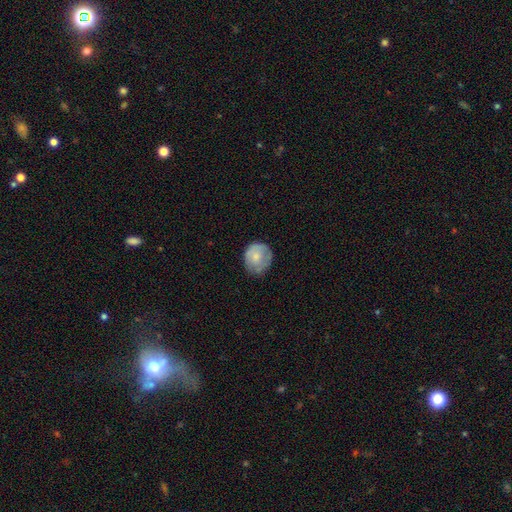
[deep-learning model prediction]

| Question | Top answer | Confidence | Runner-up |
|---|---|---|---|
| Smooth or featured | smooth | 65% | featured or disk (28%) |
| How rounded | round | 78% | in between (21%) |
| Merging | none | 64% | minor disturbance (27%) |